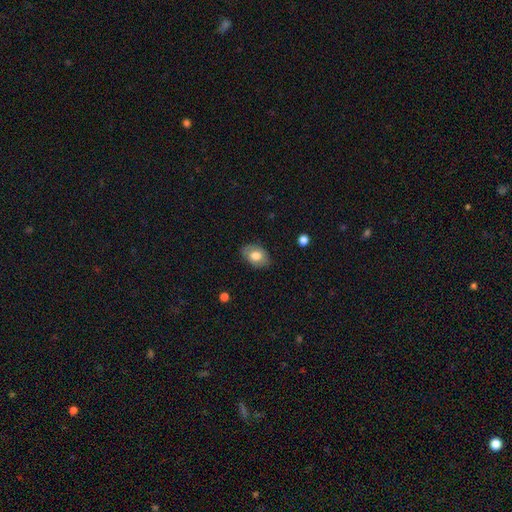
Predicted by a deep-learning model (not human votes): Morphology: type=smooth (75%); roundness=in between (84%); merging=none (80%).